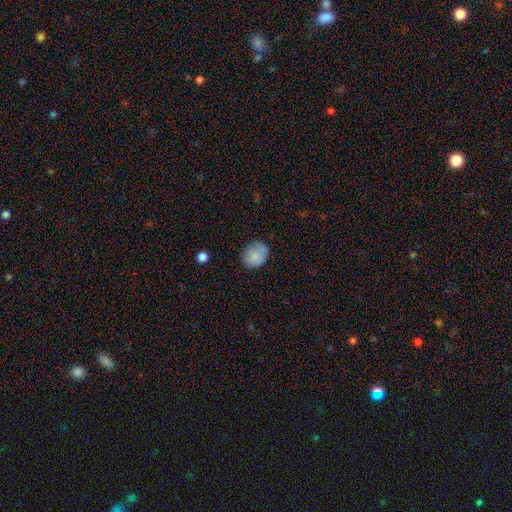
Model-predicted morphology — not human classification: This appears to be a smooth galaxy with no disk features (84%) that is round (51%). Merging: none (75%).